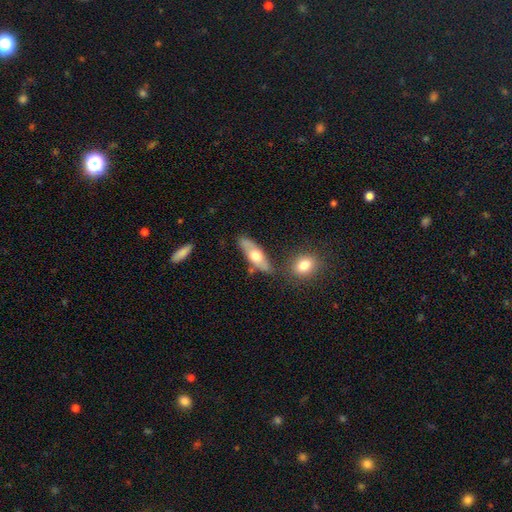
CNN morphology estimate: Smooth or featured?
  - smooth: 54% *
  - featured or disk: 40%
  - star or artifact: 6%
How rounded?
  - in between: 60% *
  - cigar-shaped: 37%
  - round: 4%
Merging?
  - none: 71% *
  - minor disturbance: 16%
  - merger: 9%
  - major disturbance: 4%